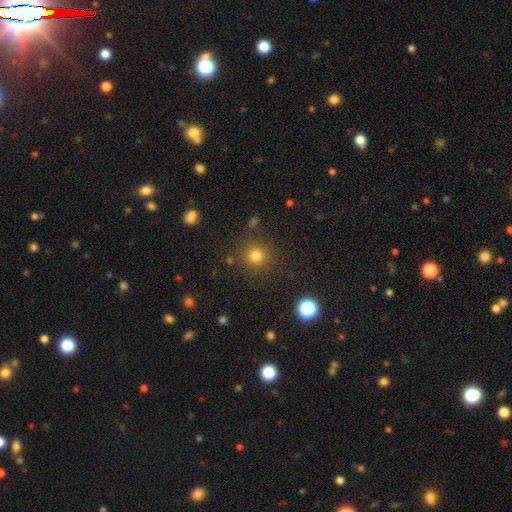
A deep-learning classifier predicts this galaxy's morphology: This is likely a smooth galaxy (78%). How rounded: clearly round (93%). Merging: clearly none (87%).